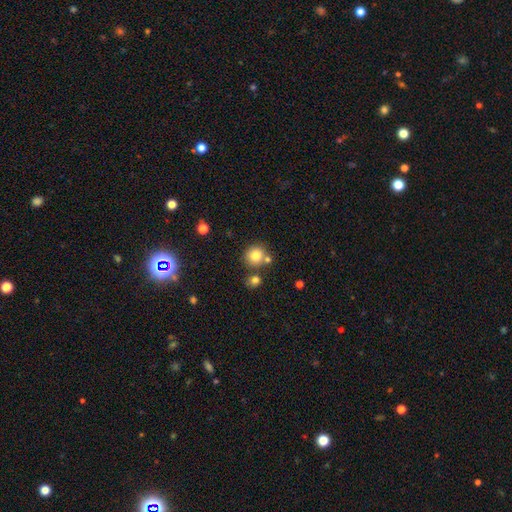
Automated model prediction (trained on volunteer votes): Morphology: type=smooth (80%); roundness=round (89%); merging=none (69%).